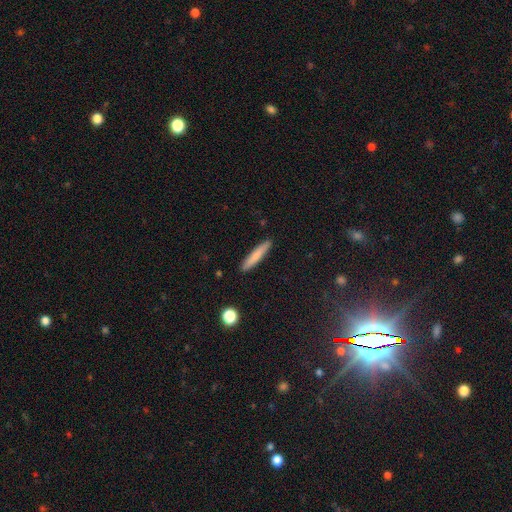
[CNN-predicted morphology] This appears to be a smooth galaxy with no disk features (75%) that is cigar-shaped (92%). Merging: none (90%).